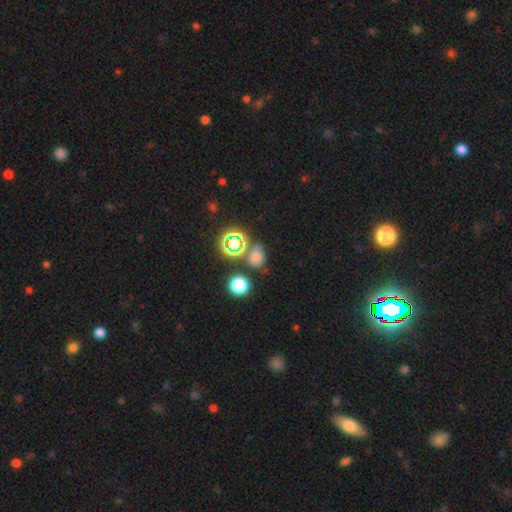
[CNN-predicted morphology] Smooth or featured? Predicted: smooth (p=0.61). How rounded? Predicted: round (p=0.59). Merging? Predicted: none (p=0.65).